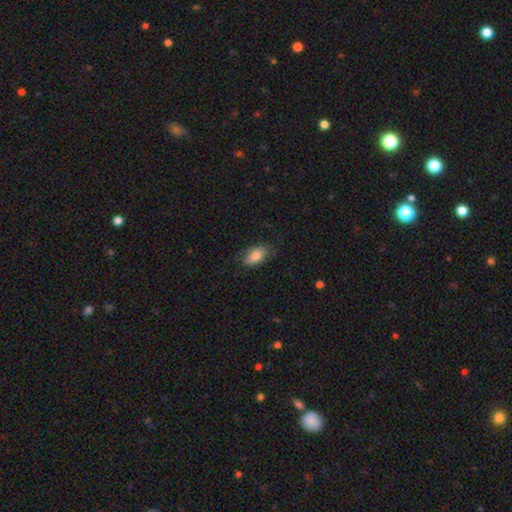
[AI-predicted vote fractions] smooth-or-featured: smooth: 81% | featured or disk: 12% | star or artifact: 7%
  how-rounded: in between: 91% | round: 5% | cigar-shaped: 5%
  merging: none: 75% | minor disturbance: 19% | major disturbance: 6% | merger: 1%